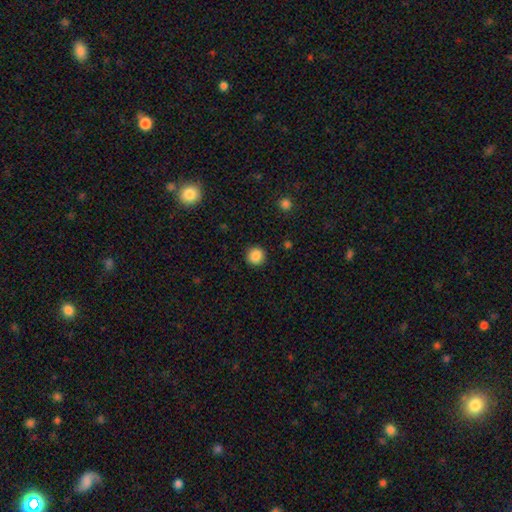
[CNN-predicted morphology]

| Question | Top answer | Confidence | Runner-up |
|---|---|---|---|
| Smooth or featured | smooth | 86% | star or artifact (10%) |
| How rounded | round | 94% | in between (5%) |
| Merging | none | 92% | minor disturbance (5%) |